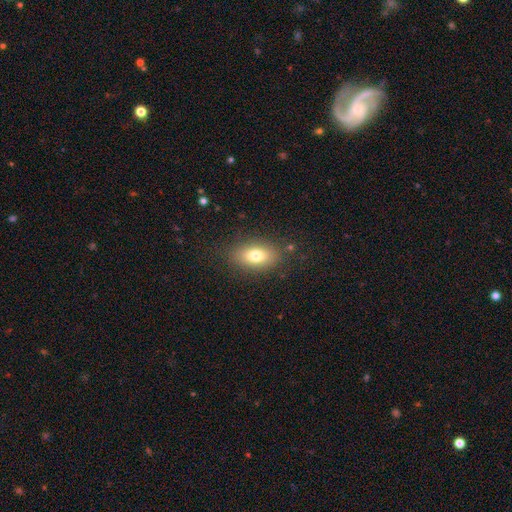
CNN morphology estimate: A smooth galaxy with no disk features (76%) that is in between round and cigar-shaped (85%). Merging: none (84%).